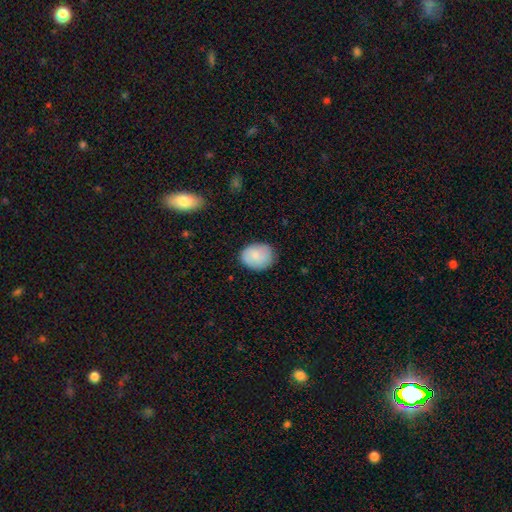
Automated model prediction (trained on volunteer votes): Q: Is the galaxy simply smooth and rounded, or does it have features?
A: smooth — 85%.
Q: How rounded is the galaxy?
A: in between — 52%.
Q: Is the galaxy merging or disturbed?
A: none — 80%.